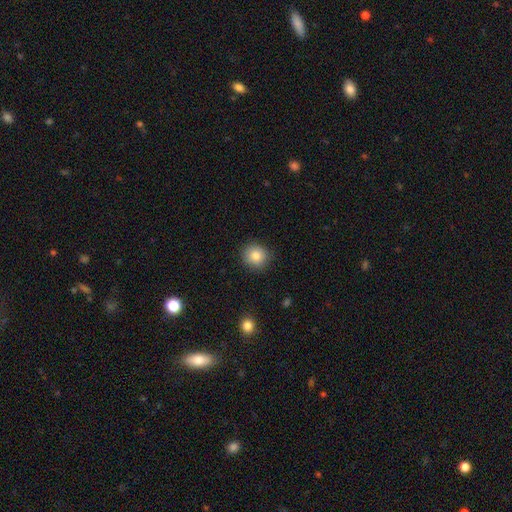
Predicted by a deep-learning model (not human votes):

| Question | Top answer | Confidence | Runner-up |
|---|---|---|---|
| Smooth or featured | smooth | 85% | star or artifact (9%) |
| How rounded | round | 87% | in between (13%) |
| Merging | none | 89% | minor disturbance (8%) |